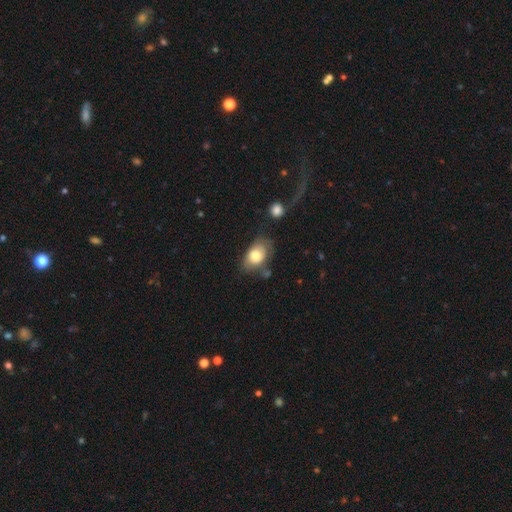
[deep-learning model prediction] smooth-or-featured: smooth: 75% | featured or disk: 18% | star or artifact: 7%
  how-rounded: in between: 86% | round: 12% | cigar-shaped: 2%
  merging: none: 56% | minor disturbance: 28% | major disturbance: 9% | merger: 6%